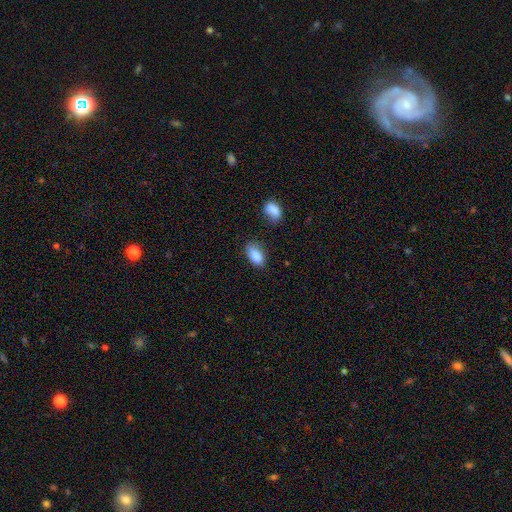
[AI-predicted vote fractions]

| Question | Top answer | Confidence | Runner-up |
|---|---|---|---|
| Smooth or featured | smooth | 87% | star or artifact (7%) |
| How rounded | in between | 92% | round (4%) |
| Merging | none | 68% | minor disturbance (22%) |